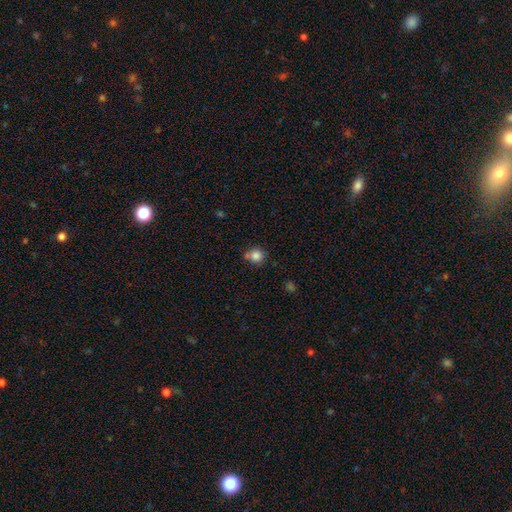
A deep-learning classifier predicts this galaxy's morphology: A smooth galaxy with no disk features (83%) that is round (85%).

Vote fractions:
- Smooth or featured? smooth: 83% / star or artifact: 11% / featured or disk: 6%
- How rounded? round: 85% / in between: 14% / cigar-shaped: 1%
- Merging? none: 62% / minor disturbance: 20% / merger: 13% / major disturbance: 5%